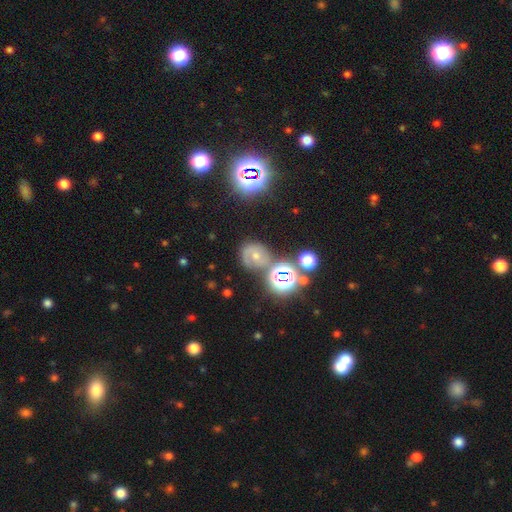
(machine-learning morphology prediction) Overall: featured or disk (45%; smooth 31%). Merging: none (58%; minor disturbance 20%).